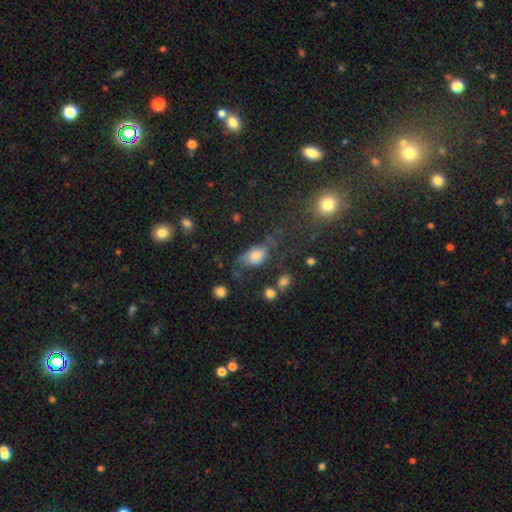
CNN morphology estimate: The model was most divided on "merging": none: 38%, major disturbance: 30%, minor disturbance: 25%, merger: 6%. More confident: how rounded — in between (81%); smooth or featured — smooth (59%).